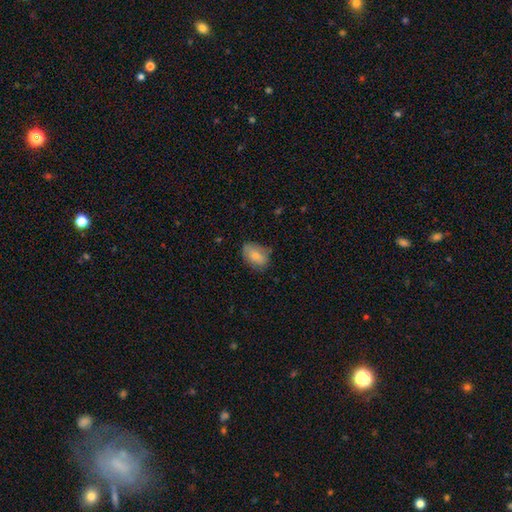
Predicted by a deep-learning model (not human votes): The model was most divided on "merging": none: 64%, minor disturbance: 28%, major disturbance: 7%, merger: 2%. More confident: how rounded — in between (84%); smooth or featured — smooth (75%).